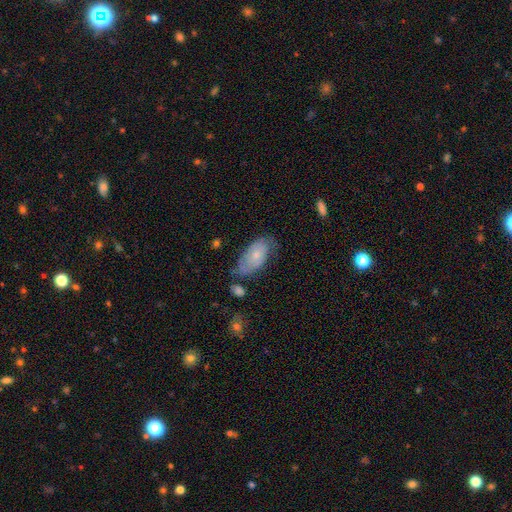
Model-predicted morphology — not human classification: Smooth or featured?
  - smooth: 55% *
  - featured or disk: 38%
  - star or artifact: 7%
How rounded?
  - in between: 92% *
  - cigar-shaped: 4%
  - round: 4%
Merging?
  - none: 51% *
  - minor disturbance: 31%
  - major disturbance: 12%
  - merger: 6%